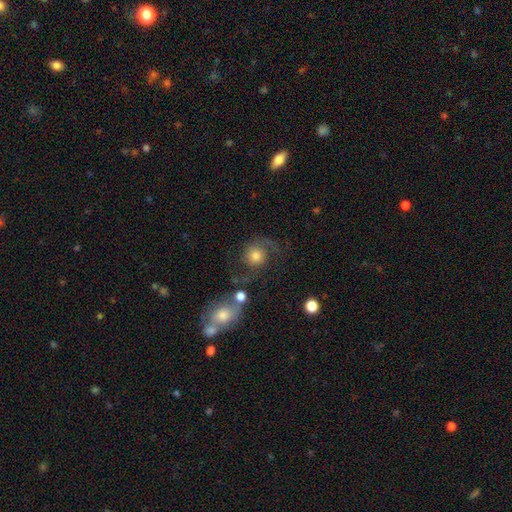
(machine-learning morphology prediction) Q: Smooth or featured?
A: featured or disk (52%); runner-up: smooth (38%)
Q: Edge-on disk?
A: no (97%); runner-up: yes (3%)
Q: Bar?
A: no (77%); runner-up: weak (19%)
Q: Spiral arms?
A: yes (89%); runner-up: no (11%)
Q: Bulge size?
A: moderate (52%); runner-up: large (20%)
Q: Merging?
A: none (55%); runner-up: major disturbance (19%)